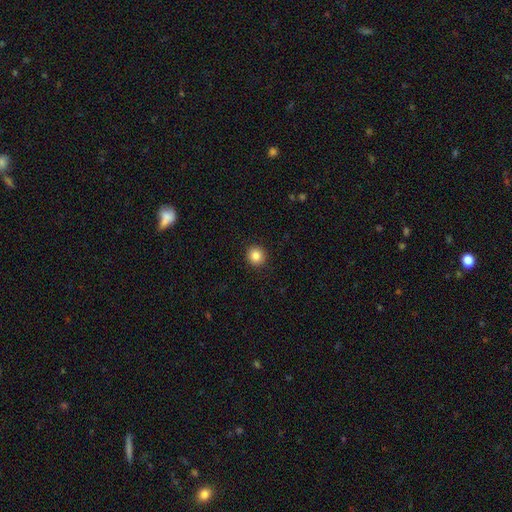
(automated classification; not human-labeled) Smooth or featured?
  - smooth: 86% *
  - star or artifact: 10%
  - featured or disk: 4%
How rounded?
  - round: 92% *
  - in between: 7%
  - cigar-shaped: 1%
Merging?
  - none: 92% *
  - minor disturbance: 5%
  - major disturbance: 2%
  - merger: 1%